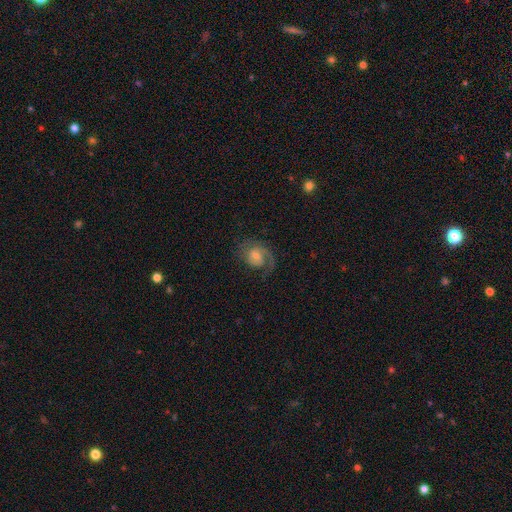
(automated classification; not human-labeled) smooth-or-featured: featured or disk: 78% | smooth: 15% | star or artifact: 7%
  disk-edge-on: no: 97% | yes: 3%
    bar: no: 58% | weak: 36% | strong: 6%
    has-spiral-arms: yes: 95% | no: 5%
      spiral-winding: medium: 44% | tight: 37% | loose: 19%
      spiral-arm-count: 1: 49% | 2: 39% | can't tell: 7% | 3: 2% | 4: 1% | more than 4: 1%
    bulge-size: moderate: 46% | small: 38% | large: 8% | none: 6% | dominant: 2%
  merging: none: 66% | minor disturbance: 17% | major disturbance: 15% | merger: 2%